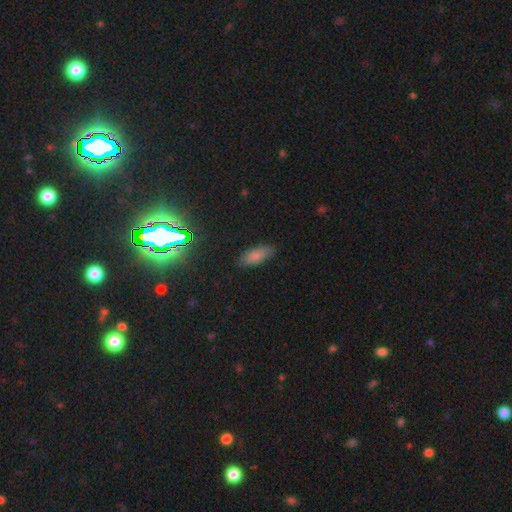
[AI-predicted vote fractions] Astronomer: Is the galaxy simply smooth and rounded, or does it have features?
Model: smooth — 77%.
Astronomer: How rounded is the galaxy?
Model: in between — 80%.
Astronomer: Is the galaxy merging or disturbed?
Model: none — 79%.